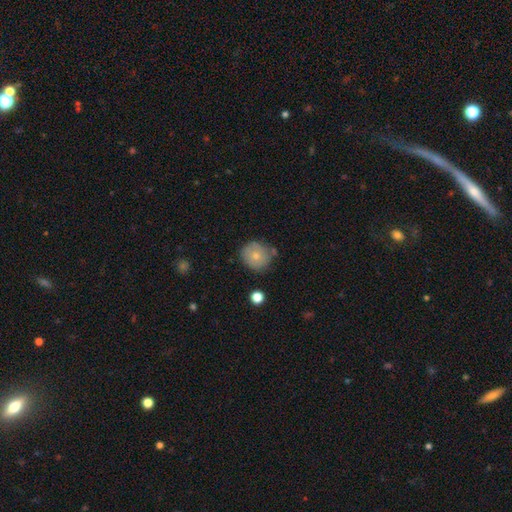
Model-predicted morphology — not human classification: Smooth or featured: smooth — 73% (featured or disk — 18%)
How rounded: round — 90% (in between — 9%)
Merging: none — 71% (minor disturbance — 19%)